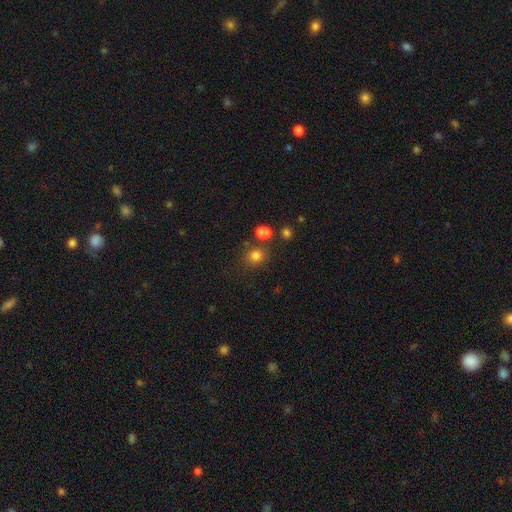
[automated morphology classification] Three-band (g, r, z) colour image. It shows a smooth galaxy with no disk features (75%) that is round (86%). Merging: none (74%).